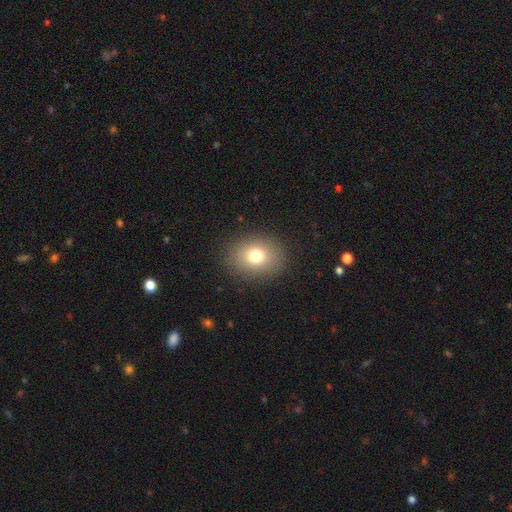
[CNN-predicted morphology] This appears to be a smooth galaxy with no disk features (78%) that is in between round and cigar-shaped (52%). Merging: none (88%).